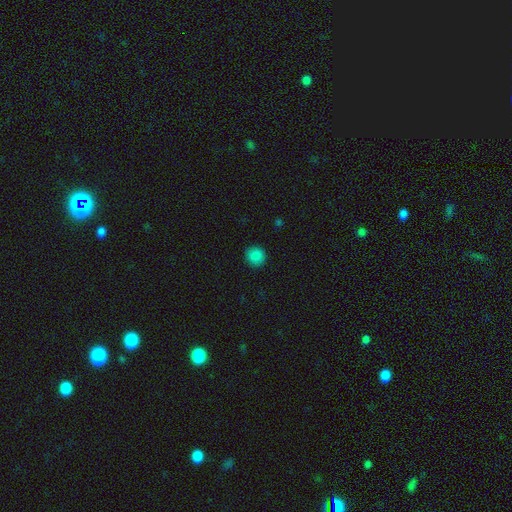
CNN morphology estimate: Smooth or featured?
  - smooth: 86% *
  - star or artifact: 10%
  - featured or disk: 4%
How rounded?
  - round: 93% *
  - in between: 6%
  - cigar-shaped: 1%
Merging?
  - none: 91% *
  - minor disturbance: 6%
  - major disturbance: 2%
  - merger: 1%